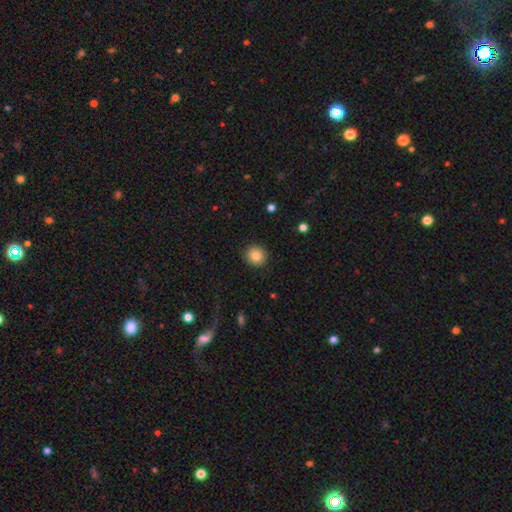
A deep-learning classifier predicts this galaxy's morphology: The model was most divided on "smooth or featured": smooth: 82%, star or artifact: 10%, featured or disk: 8%. More confident: how rounded — round (92%); merging — none (91%).